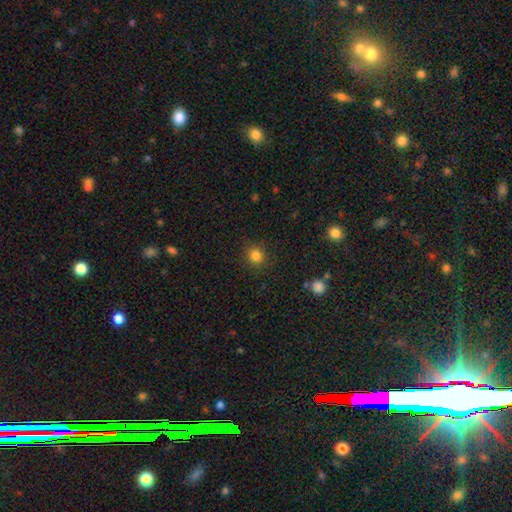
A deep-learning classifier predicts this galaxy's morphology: smooth_or_featured: smooth (p=0.83) [alt: star or artifact p=0.13]
how_rounded: round (p=0.91) [alt: in between p=0.08]
merging: none (p=0.90) [alt: minor disturbance p=0.07]